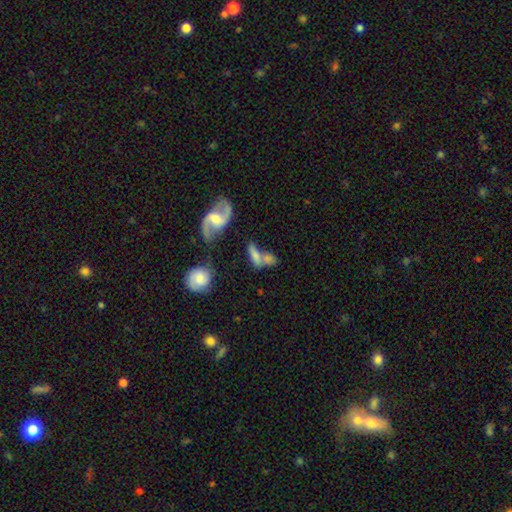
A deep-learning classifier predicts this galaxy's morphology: This is possibly a smooth galaxy (53%). How rounded: likely in between (68%). Merging: marginally merger (44%).